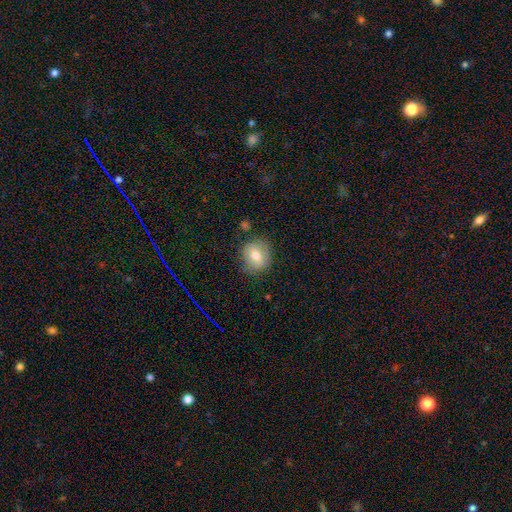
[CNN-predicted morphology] The model was most divided on "smooth or featured": smooth: 76%, featured or disk: 14%, star or artifact: 9%. More confident: how rounded — round (84%); merging — none (82%).